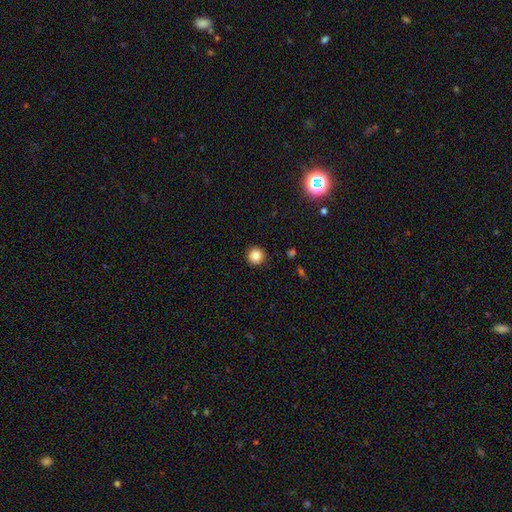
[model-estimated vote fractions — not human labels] smooth-or-featured: smooth: 85% | star or artifact: 10% | featured or disk: 4%
  how-rounded: round: 95% | in between: 4% | cigar-shaped: 1%
  merging: none: 92% | minor disturbance: 5% | major disturbance: 2% | merger: 1%